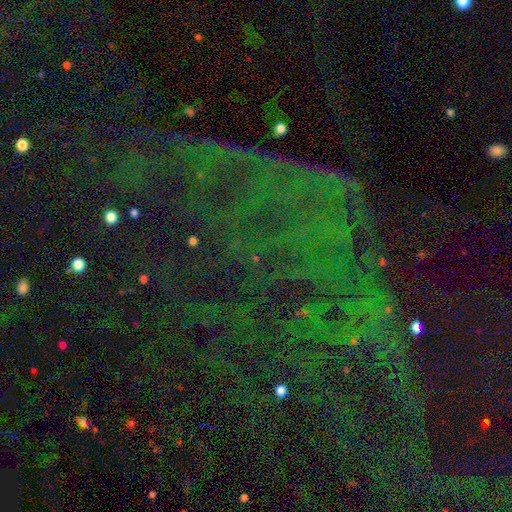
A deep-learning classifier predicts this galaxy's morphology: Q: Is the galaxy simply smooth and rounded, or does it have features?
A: star or artifact — 81%.